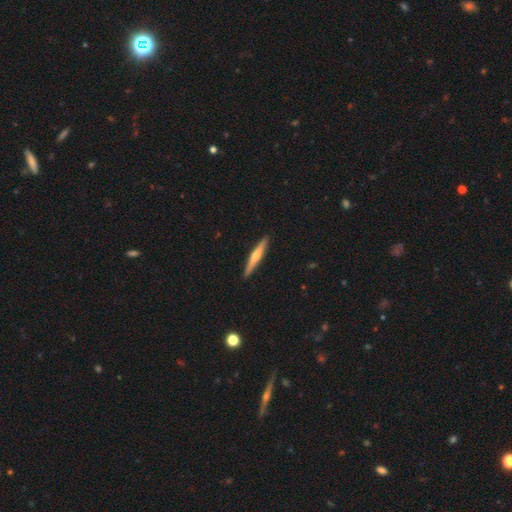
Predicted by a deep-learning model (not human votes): A featured or disk galaxy (49%).

Vote fractions:
- Smooth or featured? featured or disk: 49% / smooth: 46% / star or artifact: 5%
- Merging? none: 91% / minor disturbance: 7% / major disturbance: 1% / merger: 1%